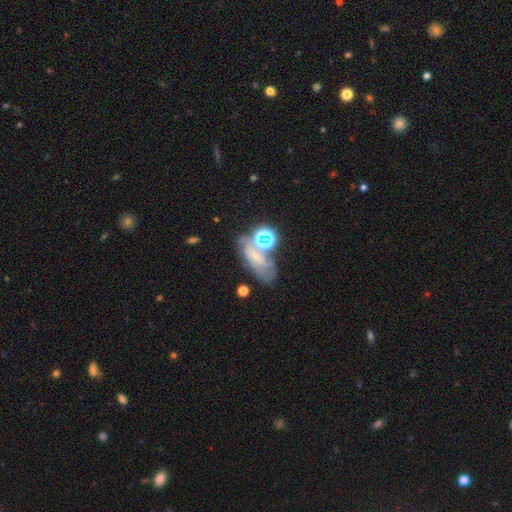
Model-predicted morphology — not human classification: type=featured or disk (38%); merging=none (41%).